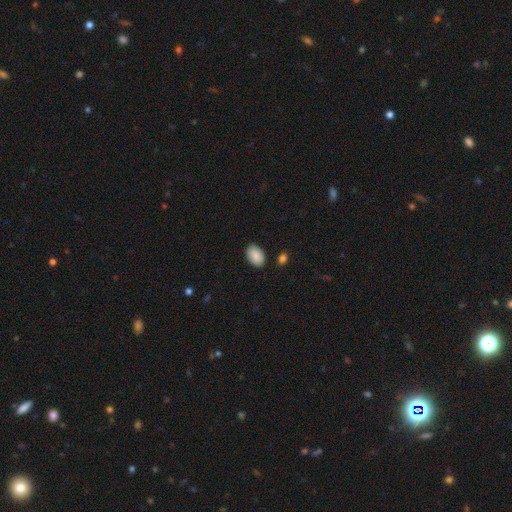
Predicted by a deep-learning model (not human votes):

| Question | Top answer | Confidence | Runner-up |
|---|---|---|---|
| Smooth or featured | smooth | 88% | star or artifact (7%) |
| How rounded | in between | 90% | round (9%) |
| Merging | none | 85% | minor disturbance (11%) |